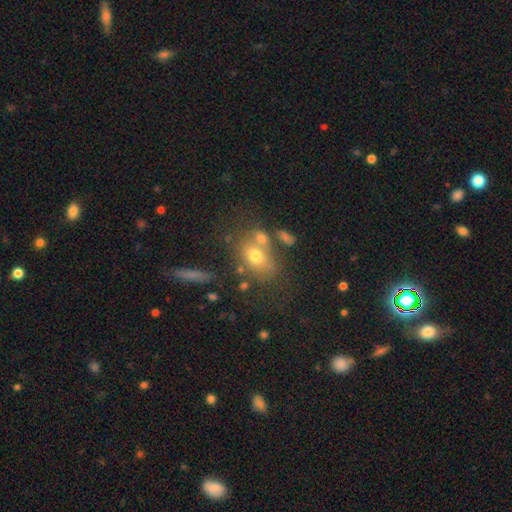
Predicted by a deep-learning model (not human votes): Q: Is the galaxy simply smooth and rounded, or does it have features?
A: smooth — 67%.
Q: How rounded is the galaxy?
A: in between — 70%.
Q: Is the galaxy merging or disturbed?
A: none — 51%.